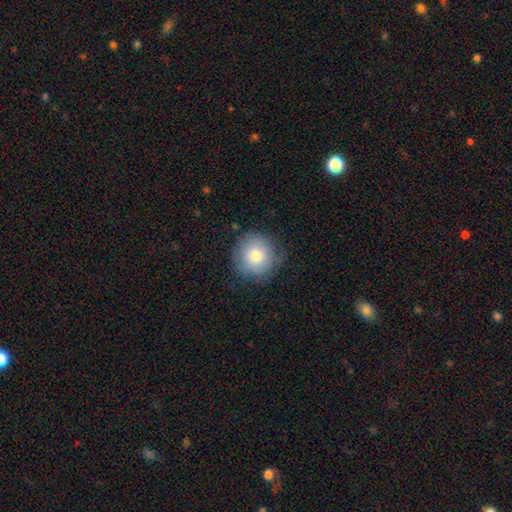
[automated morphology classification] Q: Smooth or featured?
A: smooth (76%); runner-up: featured or disk (16%)
Q: How rounded?
A: round (92%); runner-up: in between (7%)
Q: Merging?
A: none (78%); runner-up: minor disturbance (16%)